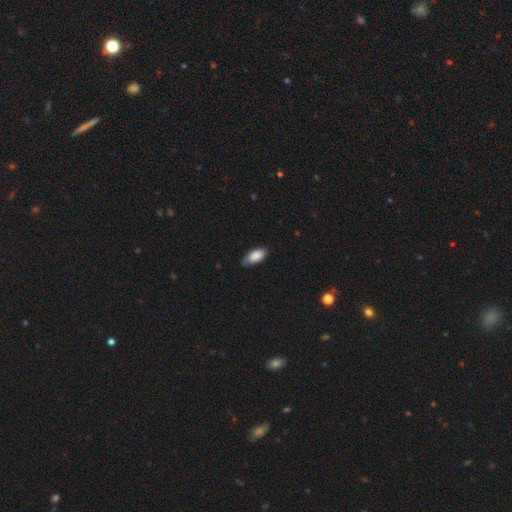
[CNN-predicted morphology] smooth 86%, featured or disk 7%, star or artifact 6%. Down the decision tree: how rounded — in between (91%); merging — none (67%).